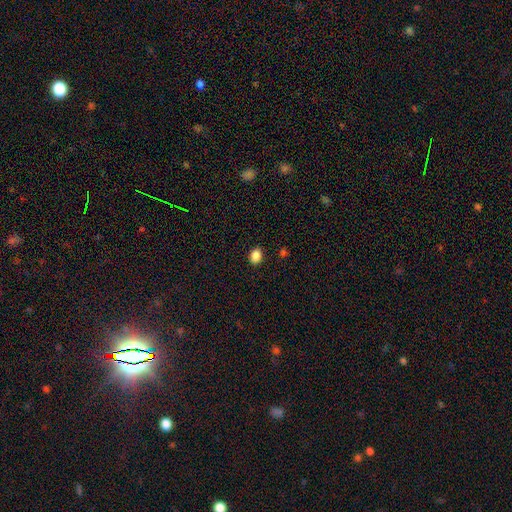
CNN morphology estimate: Overall: smooth (87%). How rounded: in between (61%; round 38%). Merging: none (89%).